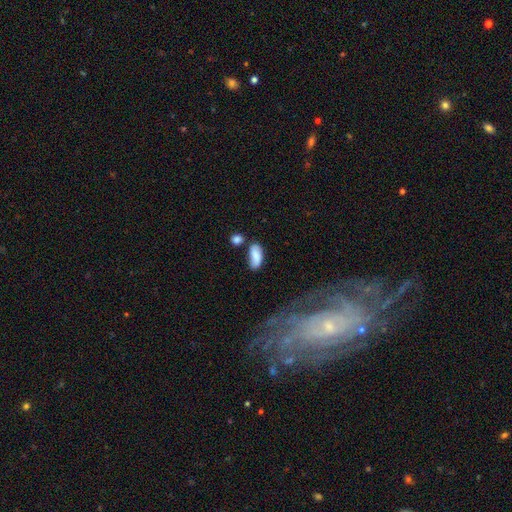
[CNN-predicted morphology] Smooth or featured: smooth — 83% (featured or disk — 10%)
How rounded: in between — 89% (cigar-shaped — 8%)
Merging: none — 55% (minor disturbance — 22%)